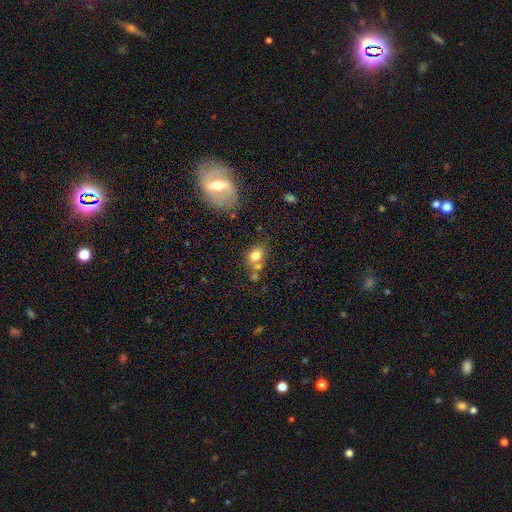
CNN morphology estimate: A smooth galaxy with no disk features (77%) that is in between round and cigar-shaped (64%). Merging: none (51%).